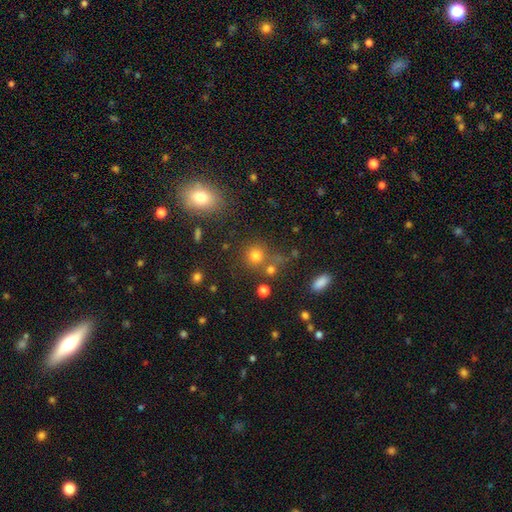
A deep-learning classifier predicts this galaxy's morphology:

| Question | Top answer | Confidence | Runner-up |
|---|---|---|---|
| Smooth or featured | smooth | 72% | star or artifact (20%) |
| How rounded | round | 89% | in between (10%) |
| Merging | none | 71% | merger (15%) |